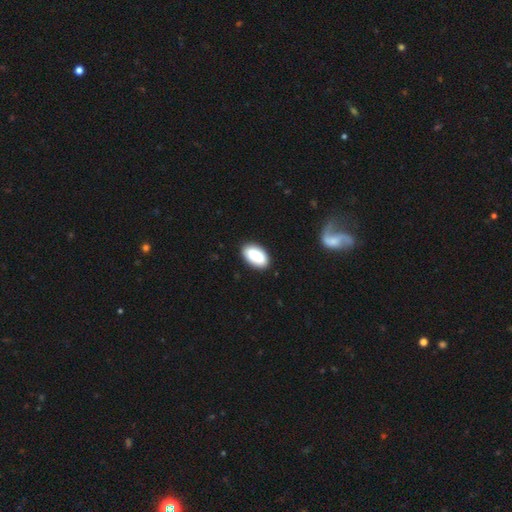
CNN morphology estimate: This appears to be a smooth galaxy with no disk features (88%) that is in between round and cigar-shaped (95%). Merging: none (86%).